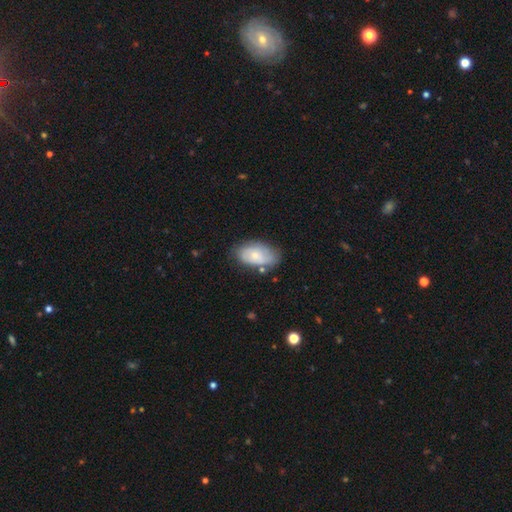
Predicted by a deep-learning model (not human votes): A smooth galaxy with no disk features (59%) that is in between round and cigar-shaped (91%). Merging: none (63%).